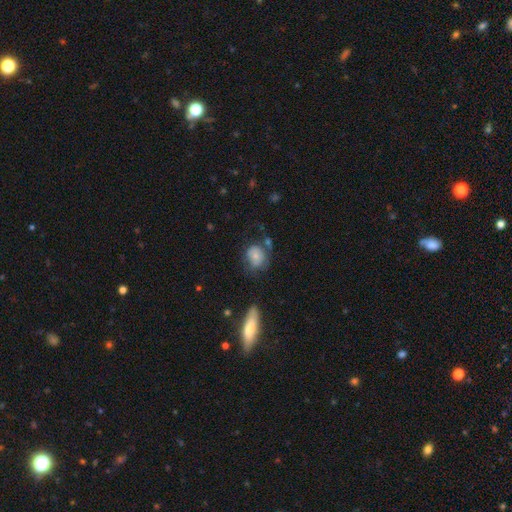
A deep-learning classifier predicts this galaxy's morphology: smooth-or-featured: smooth: 67% | featured or disk: 24% | star or artifact: 9%
  how-rounded: round: 58% | in between: 40% | cigar-shaped: 1%
  merging: none: 48% | minor disturbance: 27% | major disturbance: 15% | merger: 10%